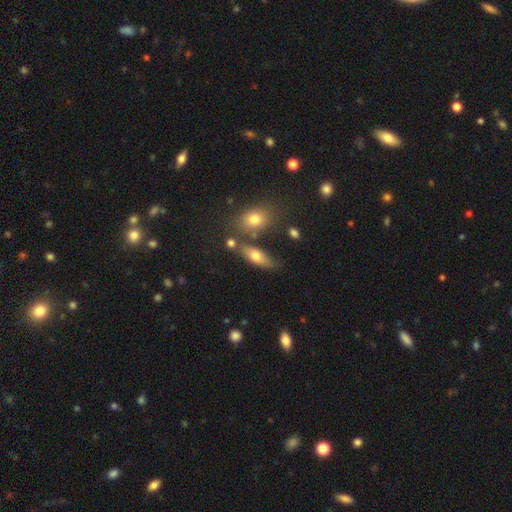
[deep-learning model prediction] smooth_or_featured: smooth (p=0.66) [alt: featured or disk p=0.25]
how_rounded: in between (p=0.66) [alt: cigar-shaped p=0.28]
merging: none (p=0.66) [alt: minor disturbance p=0.15]